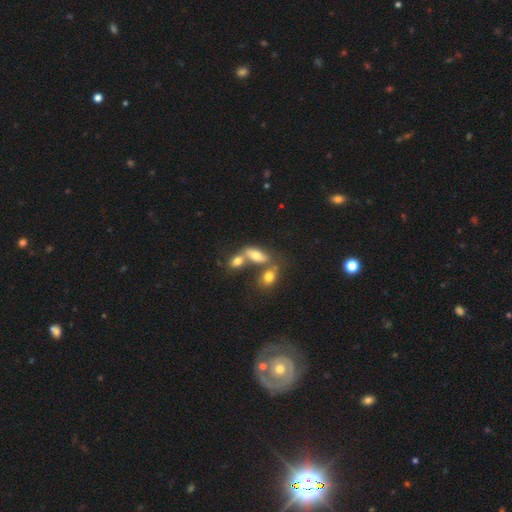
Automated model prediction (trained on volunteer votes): Smooth or featured? Predicted: smooth (p=0.67). How rounded? Predicted: in between (p=0.82). Merging? Predicted: merger (p=0.49).